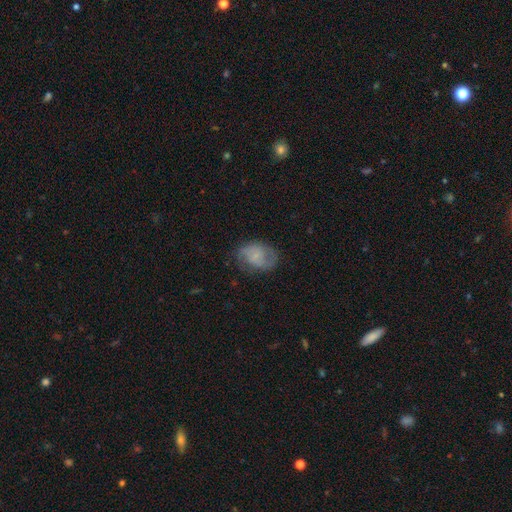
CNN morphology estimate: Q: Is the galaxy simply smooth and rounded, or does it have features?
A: featured or disk — 51%.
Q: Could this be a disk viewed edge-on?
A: no — 97%.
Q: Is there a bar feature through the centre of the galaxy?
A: no — 59%.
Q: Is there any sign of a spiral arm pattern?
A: yes — 86%.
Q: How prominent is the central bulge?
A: small — 52%.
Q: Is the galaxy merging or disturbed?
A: none — 68%.